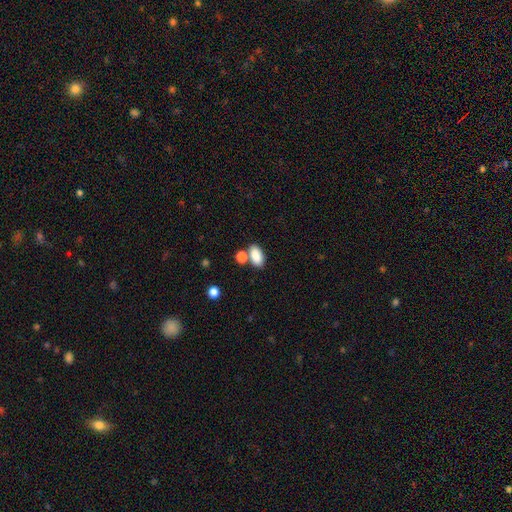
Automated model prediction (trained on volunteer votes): A smooth galaxy with no disk features (86%) that is in between round and cigar-shaped (91%). Merging: none (63%).